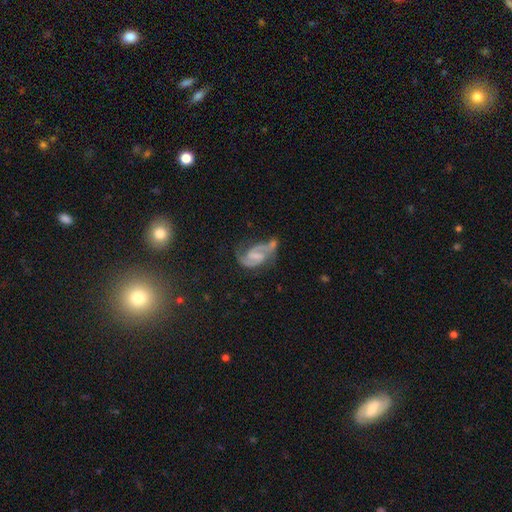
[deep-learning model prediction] This is clearly a featured or disk galaxy (82%). It is clearly not viewed edge-on (98%). Bar: possibly weak (53%). Spiral arm pattern: clearly yes (95%). Spiral arm count: clearly 2 (88%). Spiral winding: possibly medium (55%). Central bulge: marginally small (45%). Merging: marginally none (40%).